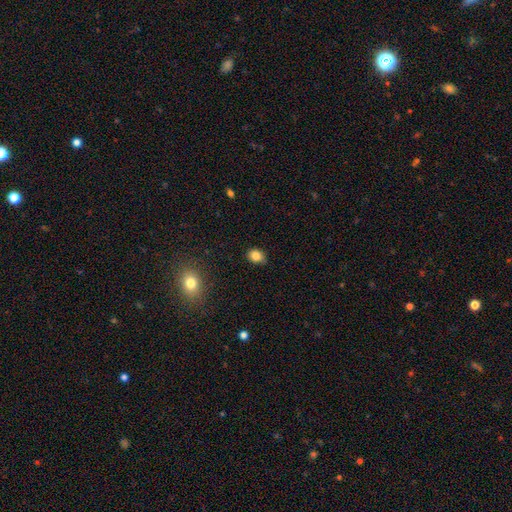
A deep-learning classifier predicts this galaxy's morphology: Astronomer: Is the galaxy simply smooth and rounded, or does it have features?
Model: smooth — 84%.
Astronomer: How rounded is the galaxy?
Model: round — 52% (runner-up: in between, 47%).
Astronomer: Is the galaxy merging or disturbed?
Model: none — 80%.